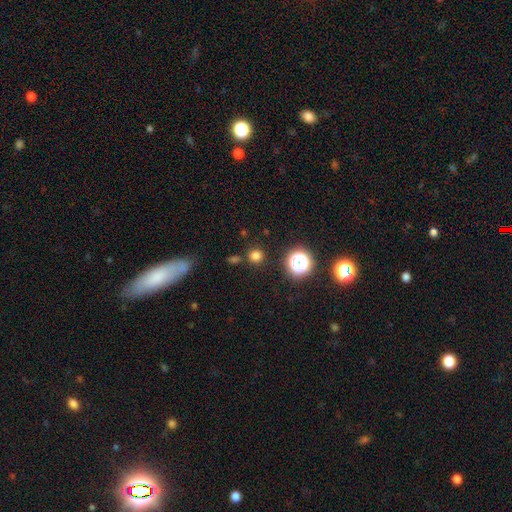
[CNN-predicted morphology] This appears to be a smooth galaxy with no disk features (74%) that is round (92%). Merging: none (85%).